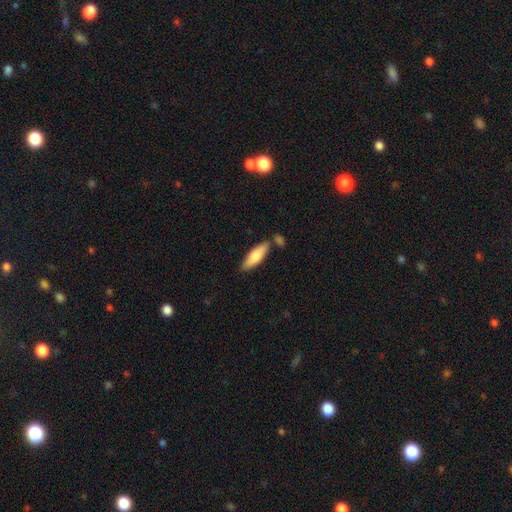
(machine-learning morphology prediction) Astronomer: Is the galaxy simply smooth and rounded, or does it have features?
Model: smooth — 72%.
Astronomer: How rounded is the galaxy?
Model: in between — 51% (runner-up: cigar-shaped, 48%).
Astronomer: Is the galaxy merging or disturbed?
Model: none — 75%.